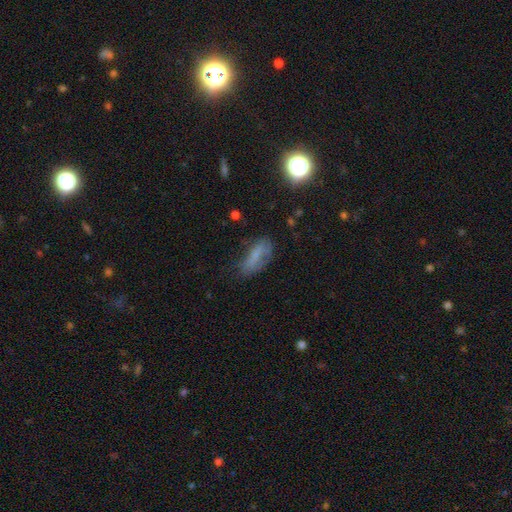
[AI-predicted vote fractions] A smooth galaxy with no disk features (60%) that is in between round and cigar-shaped (74%).

Vote fractions:
- Smooth or featured? smooth: 60% / featured or disk: 25% / star or artifact: 15%
- How rounded? in between: 74% / cigar-shaped: 21% / round: 5%
- Merging? none: 53% / minor disturbance: 29% / major disturbance: 15% / merger: 3%